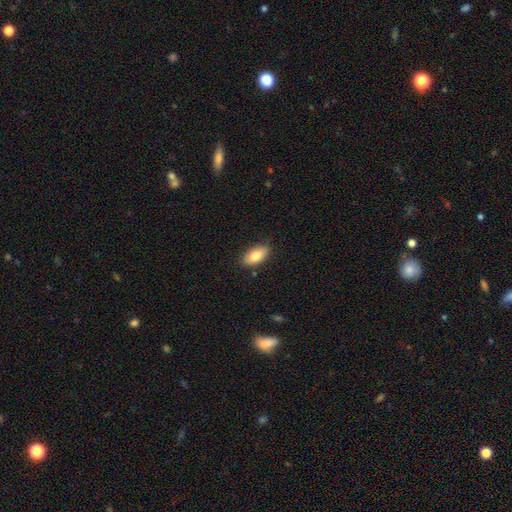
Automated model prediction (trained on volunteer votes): A smooth galaxy with no disk features (82%) that is in between round and cigar-shaped (90%). Merging: none (86%).